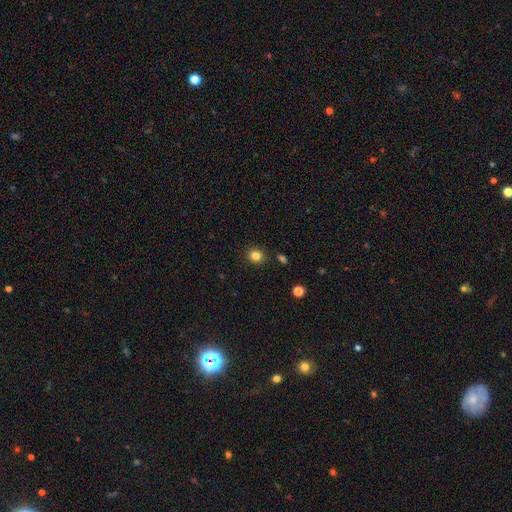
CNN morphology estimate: smooth_or_featured: smooth (p=0.83) [alt: star or artifact p=0.12]
how_rounded: round (p=0.87) [alt: in between p=0.12]
merging: none (p=0.89) [alt: minor disturbance p=0.07]